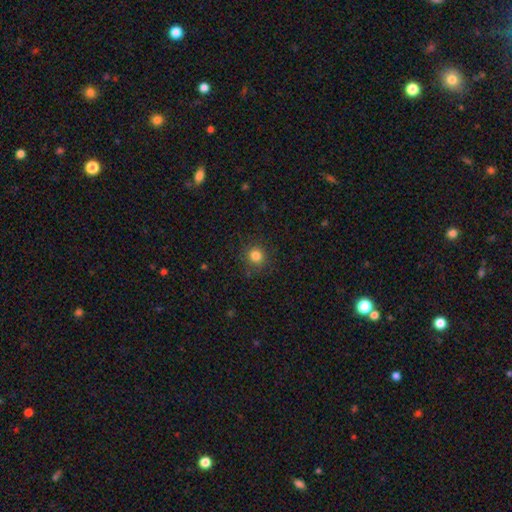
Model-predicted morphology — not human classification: Smooth or featured?
  - smooth: 83% *
  - star or artifact: 13%
  - featured or disk: 5%
How rounded?
  - round: 90% *
  - in between: 9%
  - cigar-shaped: 1%
Merging?
  - none: 88% *
  - minor disturbance: 8%
  - major disturbance: 3%
  - merger: 1%